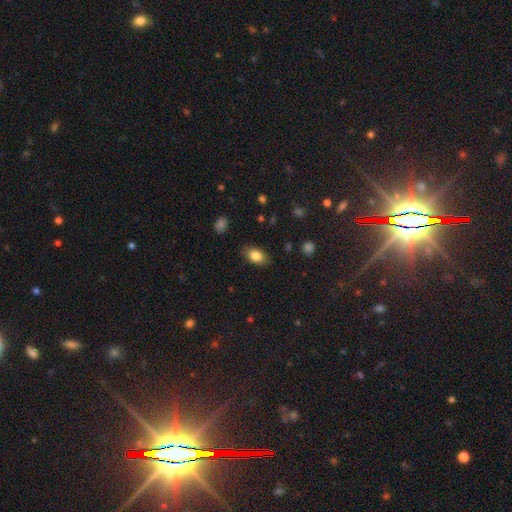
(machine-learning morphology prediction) Smooth or featured: smooth — 84% (featured or disk — 8%)
How rounded: in between — 88% (round — 10%)
Merging: none — 85% (minor disturbance — 11%)